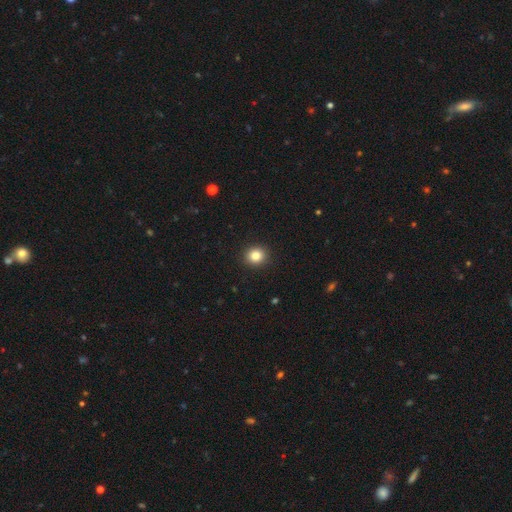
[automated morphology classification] Overall: smooth (84%). How rounded: round (85%). Merging: none (92%).